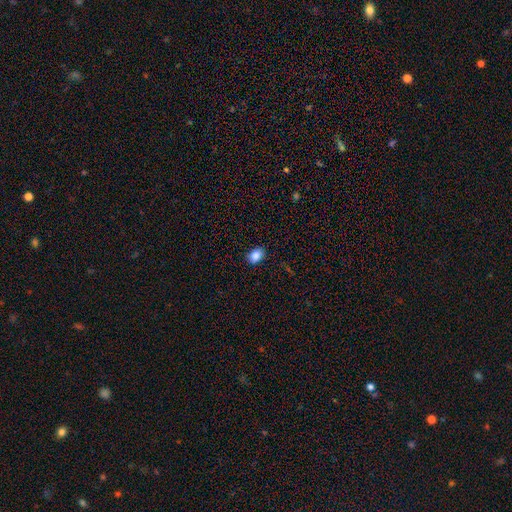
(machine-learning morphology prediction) A smooth galaxy with no disk features (86%) that is in between round and cigar-shaped (74%).

Vote fractions:
- Smooth or featured? smooth: 86% / star or artifact: 9% / featured or disk: 5%
- How rounded? in between: 74% / round: 24% / cigar-shaped: 1%
- Merging? none: 87% / minor disturbance: 10% / major disturbance: 2% / merger: 1%